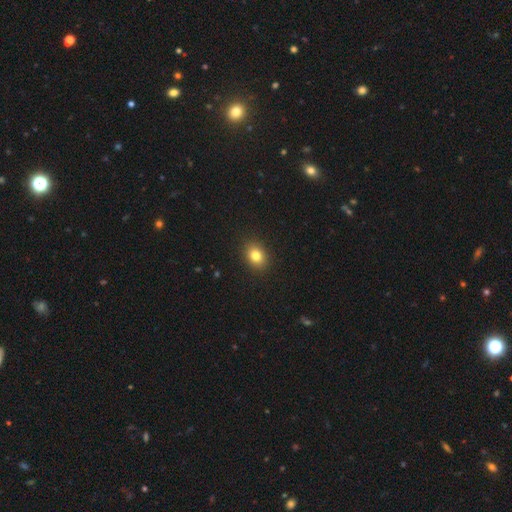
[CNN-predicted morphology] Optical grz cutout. It shows a smooth galaxy with no disk features (81%) that is in between round and cigar-shaped (55%). Merging: none (90%).